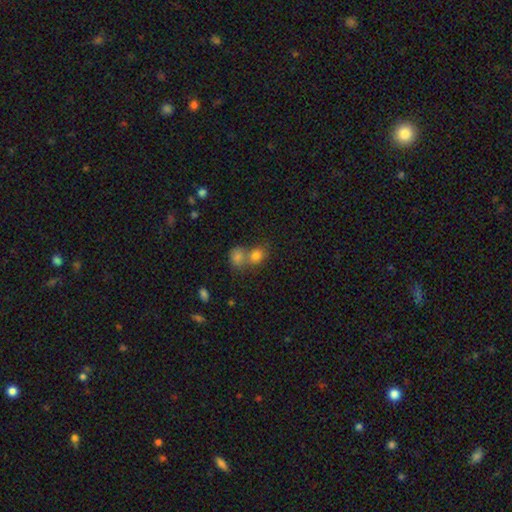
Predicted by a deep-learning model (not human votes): Smooth or featured? Predicted: smooth (p=0.78). How rounded? Predicted: round (p=0.55). Merging? Predicted: merger (p=0.57).